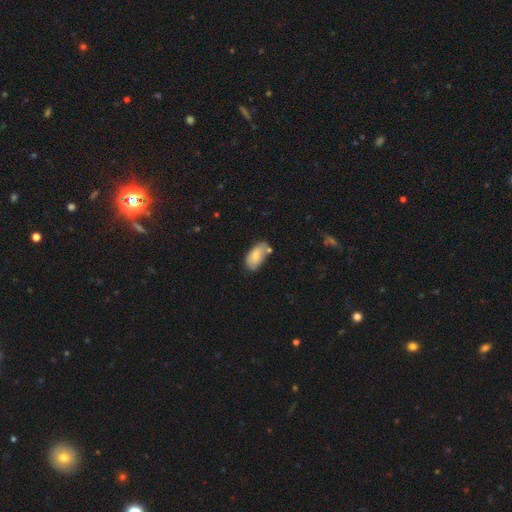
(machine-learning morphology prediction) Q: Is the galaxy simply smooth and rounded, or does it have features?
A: smooth — 75%.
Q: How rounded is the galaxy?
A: in between — 94%.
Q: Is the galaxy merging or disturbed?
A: none — 56%.